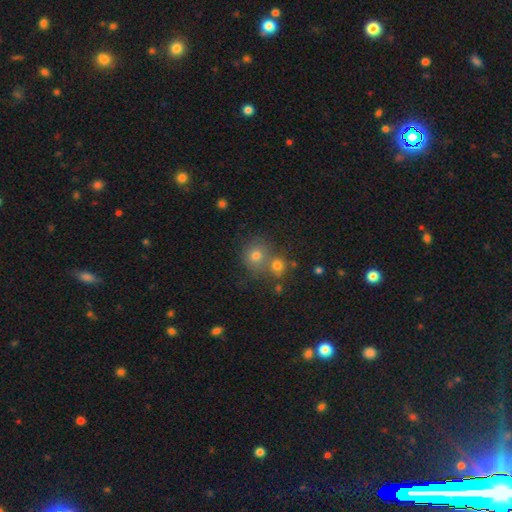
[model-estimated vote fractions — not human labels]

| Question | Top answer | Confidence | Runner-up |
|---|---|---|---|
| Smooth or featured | smooth | 73% | star or artifact (15%) |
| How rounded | round | 80% | in between (19%) |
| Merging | none | 46% | merger (42%) |